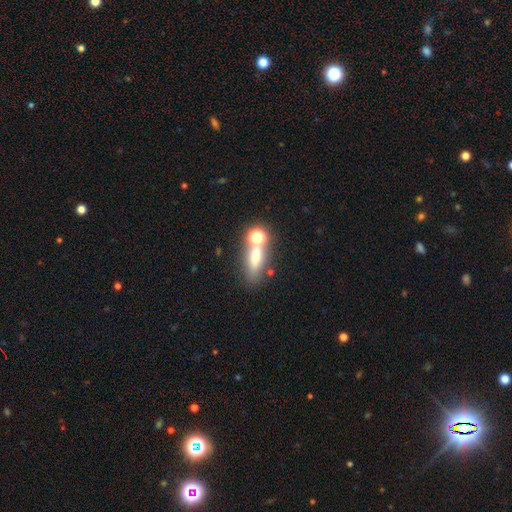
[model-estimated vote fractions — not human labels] A smooth galaxy with no disk features (62%) that is in between round and cigar-shaped (55%). Merging: none (53%).